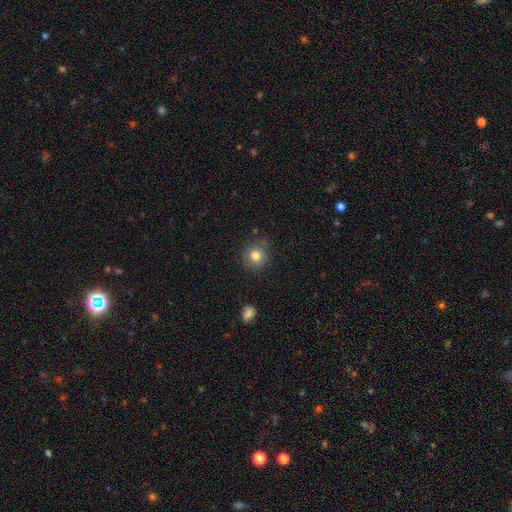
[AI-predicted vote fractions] The model was most divided on "merging": none: 82%, minor disturbance: 13%, major disturbance: 3%, merger: 2%. More confident: how rounded — round (90%); smooth or featured — smooth (80%).